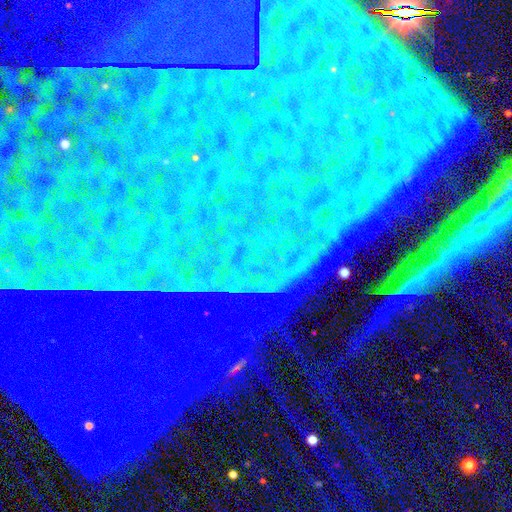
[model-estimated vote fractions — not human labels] Q: Smooth or featured?
A: star or artifact (86%); runner-up: featured or disk (8%)